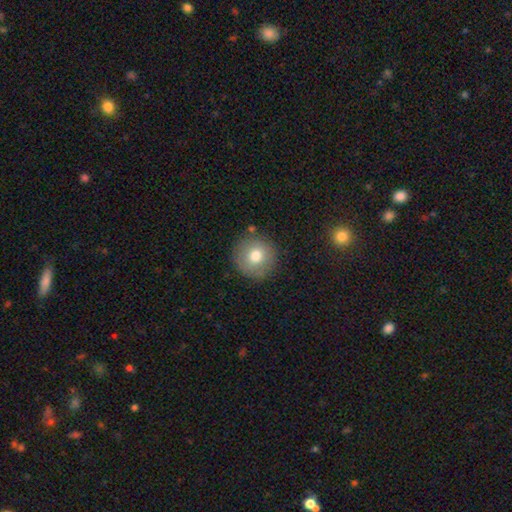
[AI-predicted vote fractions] Smooth or featured?
  - smooth: 77% *
  - featured or disk: 14%
  - star or artifact: 10%
How rounded?
  - round: 95% *
  - in between: 4%
  - cigar-shaped: 1%
Merging?
  - none: 86% *
  - minor disturbance: 9%
  - major disturbance: 3%
  - merger: 2%